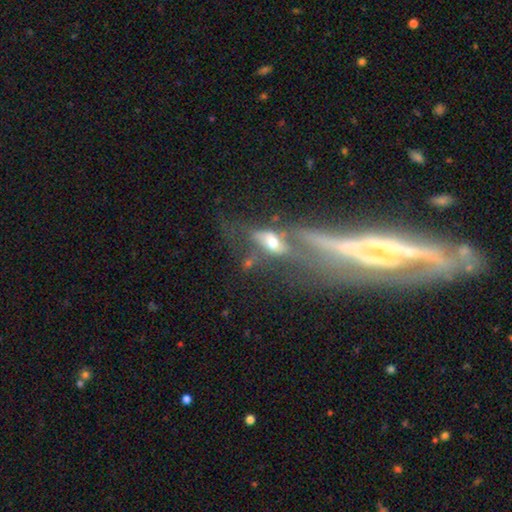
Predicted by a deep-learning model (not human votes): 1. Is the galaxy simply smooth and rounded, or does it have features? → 65% featured or disk, 19% smooth, 16% star or artifact.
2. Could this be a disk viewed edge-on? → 59% yes, 41% no.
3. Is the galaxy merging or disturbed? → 39% merger, 31% none, 16% major disturbance, 14% minor disturbance.